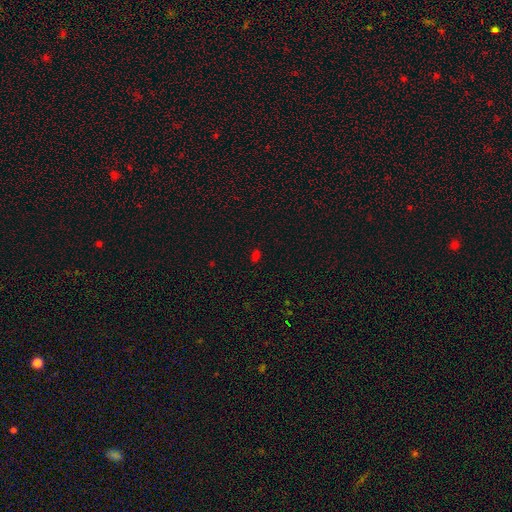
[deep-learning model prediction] smooth-or-featured: smooth: 62% | star or artifact: 32% | featured or disk: 5%
  how-rounded: in between: 84% | round: 12% | cigar-shaped: 4%
  merging: none: 83% | minor disturbance: 11% | major disturbance: 4% | merger: 3%